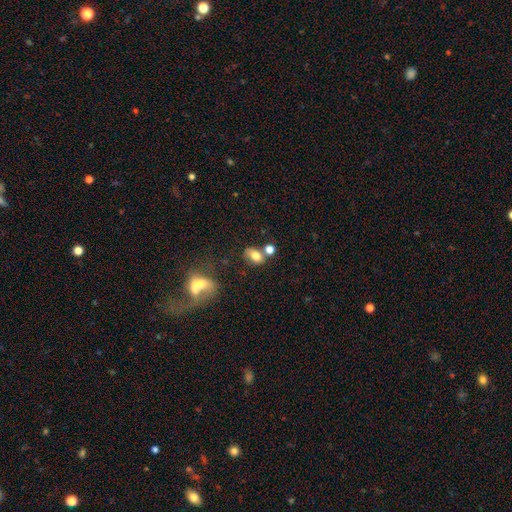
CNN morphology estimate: Smooth or featured? Predicted: smooth (p=0.77). How rounded? Predicted: in between (p=0.76). Merging? Predicted: none (p=0.52).